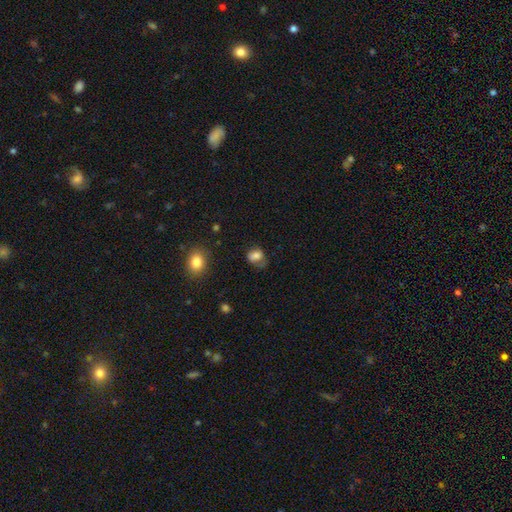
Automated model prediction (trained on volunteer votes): This appears to be a smooth galaxy with no disk features (76%) that is in between round and cigar-shaped (59%). Merging: none (46%).